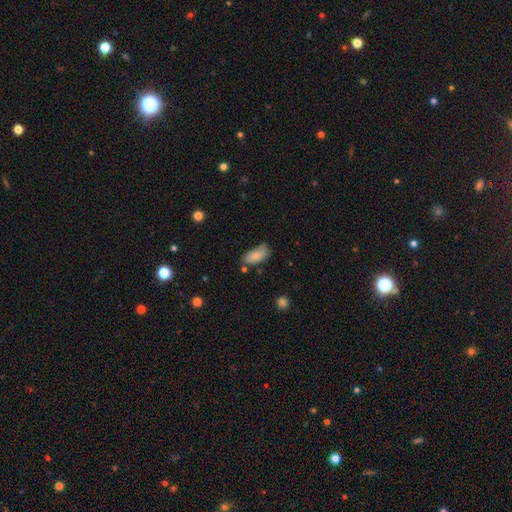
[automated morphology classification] Q: Smooth or featured?
A: smooth (85%); runner-up: star or artifact (8%)
Q: How rounded?
A: in between (89%); runner-up: cigar-shaped (9%)
Q: Merging?
A: none (58%); runner-up: minor disturbance (29%)